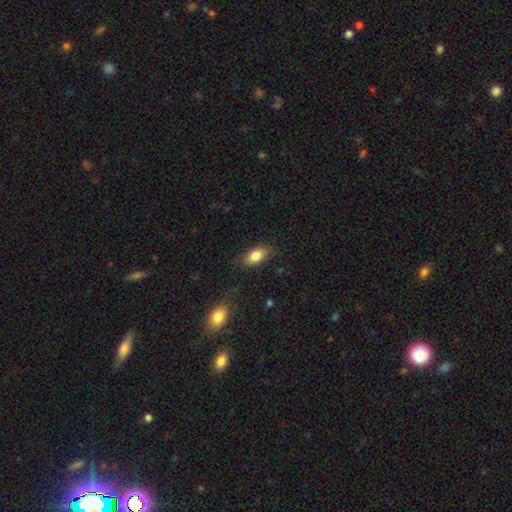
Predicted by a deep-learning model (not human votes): smooth_or_featured: smooth (p=0.84) [alt: featured or disk p=0.09]
how_rounded: in between (p=0.90) [alt: cigar-shaped p=0.05]
merging: none (p=0.83) [alt: minor disturbance p=0.13]